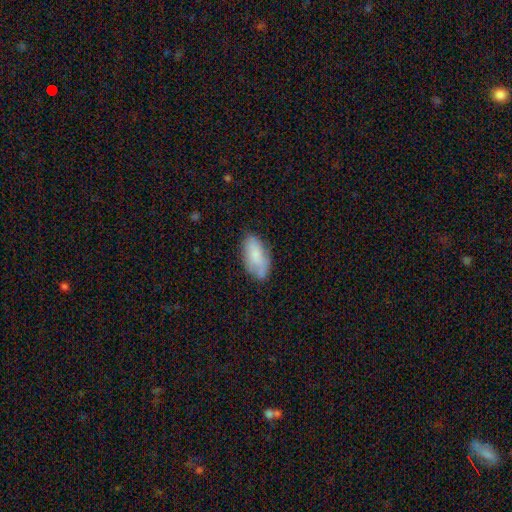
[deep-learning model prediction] Overall: smooth (75%). How rounded: in between (93%). Merging: none (64%; minor disturbance 26%).